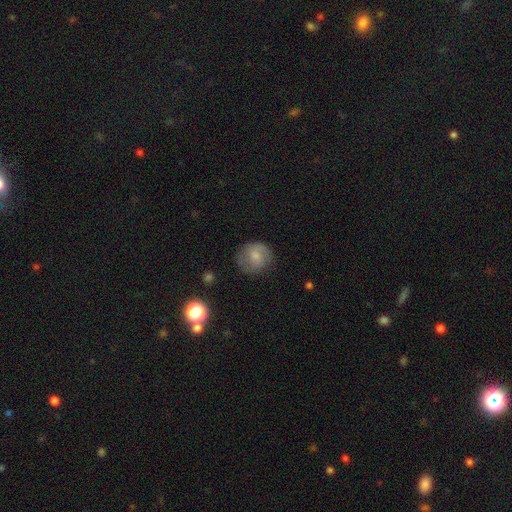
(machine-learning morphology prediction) smooth 63%, featured or disk 28%, star or artifact 8%. Down the decision tree: how rounded — round (81%); merging — none (69%).